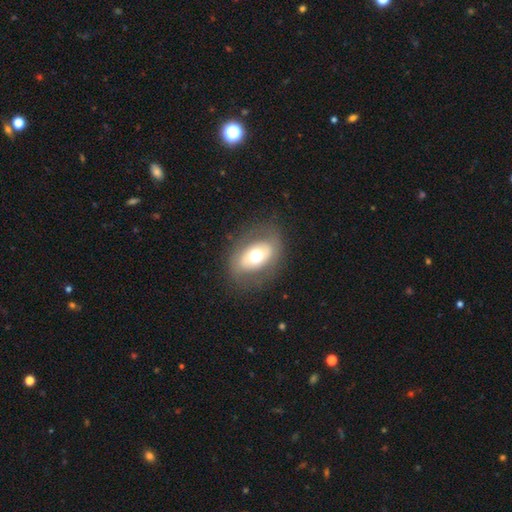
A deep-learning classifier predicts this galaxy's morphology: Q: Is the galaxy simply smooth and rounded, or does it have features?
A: smooth — 50%.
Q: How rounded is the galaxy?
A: in between — 77%.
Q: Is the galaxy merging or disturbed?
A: none — 78%.